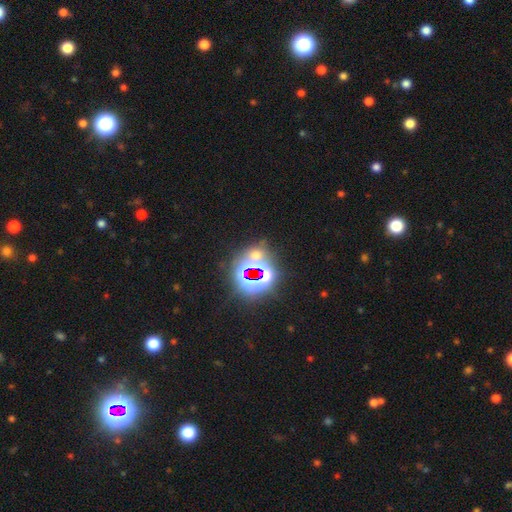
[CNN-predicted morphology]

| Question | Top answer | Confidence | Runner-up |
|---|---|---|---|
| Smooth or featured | star or artifact | 66% | smooth (25%) |